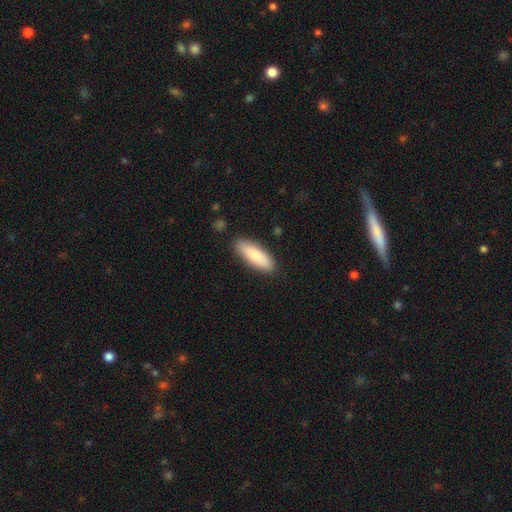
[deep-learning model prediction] smooth_or_featured: smooth (p=0.86) [alt: featured or disk p=0.09]
how_rounded: in between (p=0.54) [alt: cigar-shaped p=0.45]
merging: none (p=0.86) [alt: minor disturbance p=0.10]